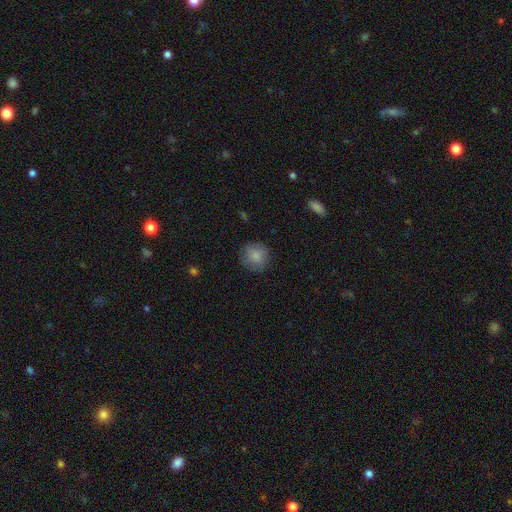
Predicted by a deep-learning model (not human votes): A smooth galaxy with no disk features (84%) that is round (91%). Merging: none (82%).